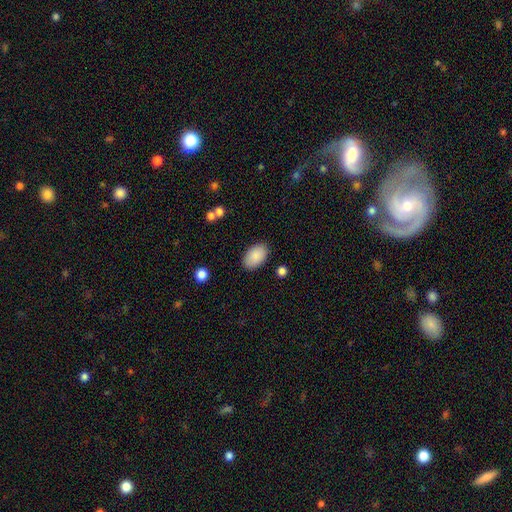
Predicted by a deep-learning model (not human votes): Smooth or featured: smooth — 89% (star or artifact — 6%)
How rounded: in between — 93% (round — 6%)
Merging: none — 86% (minor disturbance — 10%)